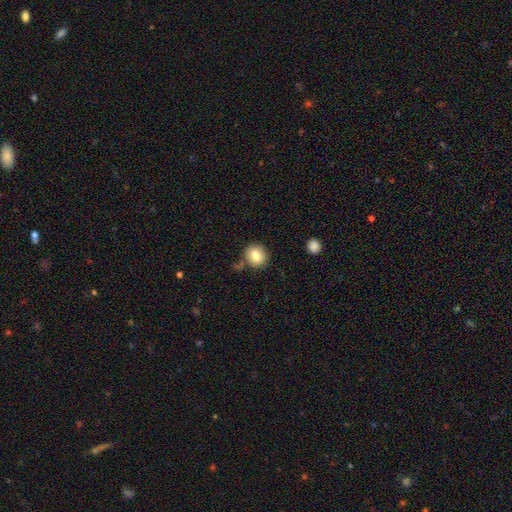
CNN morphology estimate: Smooth or featured: smooth — 82% (star or artifact — 9%)
How rounded: round — 76% (in between — 23%)
Merging: none — 76% (minor disturbance — 14%)